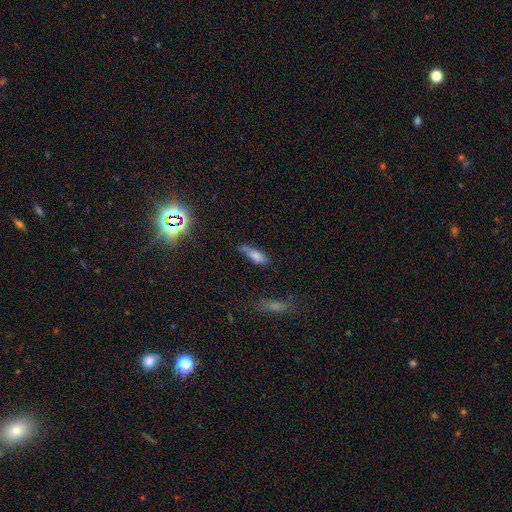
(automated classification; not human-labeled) A smooth galaxy with no disk features (75%) that is in between round and cigar-shaped (57%). Merging: none (49%).